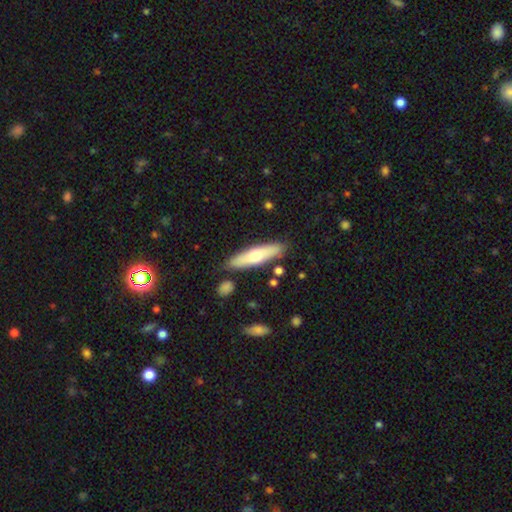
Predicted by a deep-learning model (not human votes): Smooth or featured?
  - smooth: 56% *
  - featured or disk: 39%
  - star or artifact: 5%
How rounded?
  - cigar-shaped: 70% *
  - in between: 28%
  - round: 2%
Merging?
  - none: 84% *
  - minor disturbance: 10%
  - merger: 3%
  - major disturbance: 2%